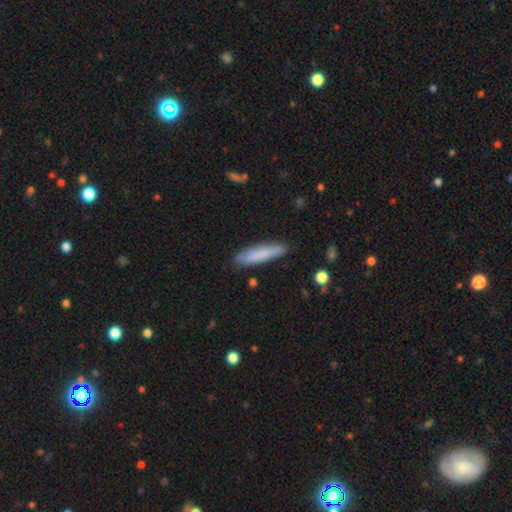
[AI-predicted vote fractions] This is likely a smooth galaxy (79%). How rounded: clearly cigar-shaped (87%). Merging: clearly none (86%).